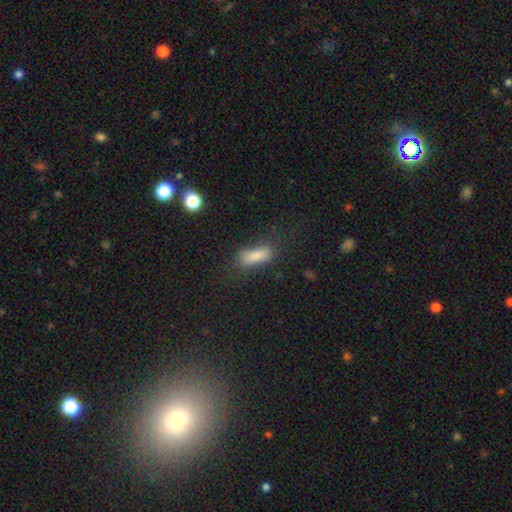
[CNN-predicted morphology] smooth_or_featured: smooth (p=0.80) [alt: star or artifact p=0.11]
how_rounded: in between (p=0.65) [alt: cigar-shaped p=0.31]
merging: none (p=0.65) [alt: minor disturbance p=0.21]